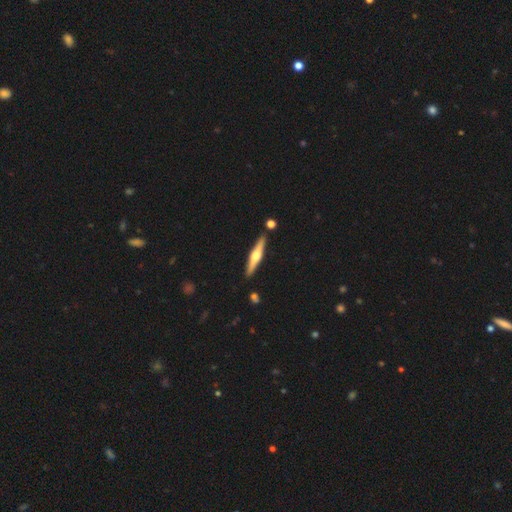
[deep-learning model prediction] Smooth or featured: featured or disk — 69% (smooth — 26%)
Edge-on disk: yes — 98% (no — 2%)
Edge-on bulge: rounded — 92% (boxy — 5%)
Merging: none — 88% (minor disturbance — 7%)